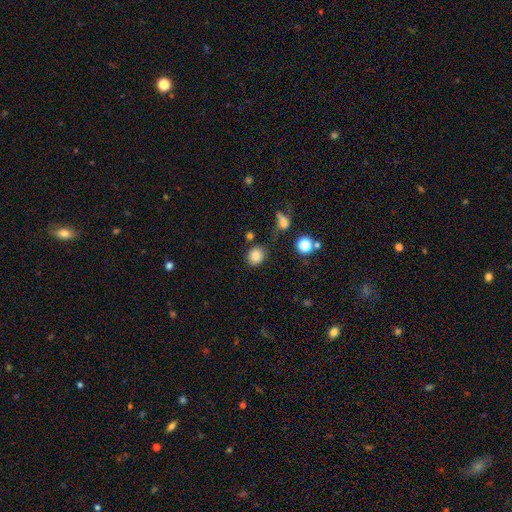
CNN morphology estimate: smooth_or_featured: smooth (p=0.82) [alt: star or artifact p=0.12]
how_rounded: round (p=0.73) [alt: in between p=0.26]
merging: none (p=0.77) [alt: minor disturbance p=0.13]